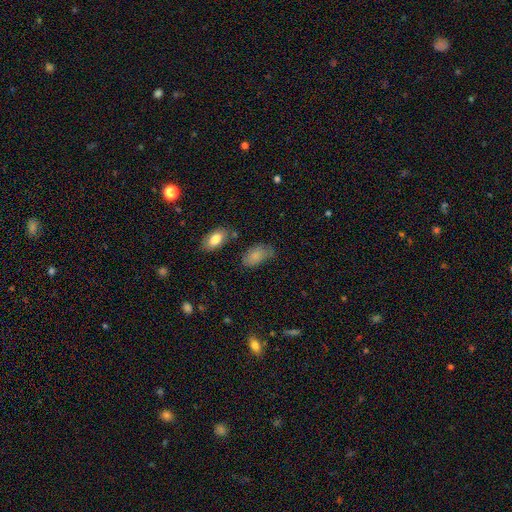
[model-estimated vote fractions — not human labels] Q: Smooth or featured?
A: smooth (80%); runner-up: featured or disk (11%)
Q: How rounded?
A: in between (93%); runner-up: round (5%)
Q: Merging?
A: none (58%); runner-up: minor disturbance (29%)